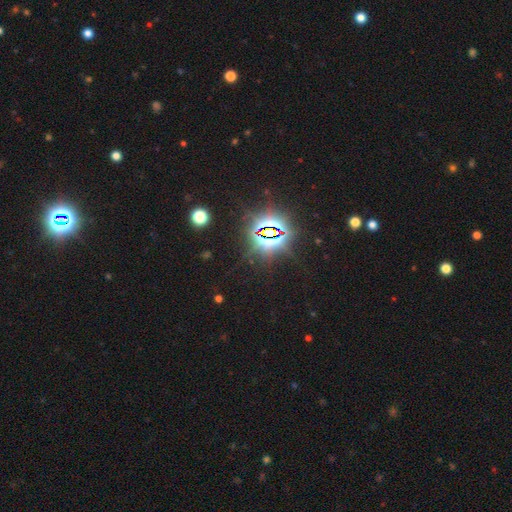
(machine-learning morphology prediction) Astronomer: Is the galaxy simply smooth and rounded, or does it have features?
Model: star or artifact — 85%.